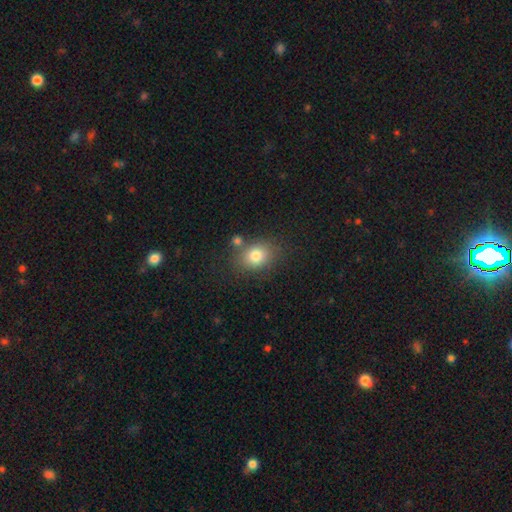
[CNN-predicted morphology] type=smooth (79%); roundness=in between (50%); merging=none (70%).